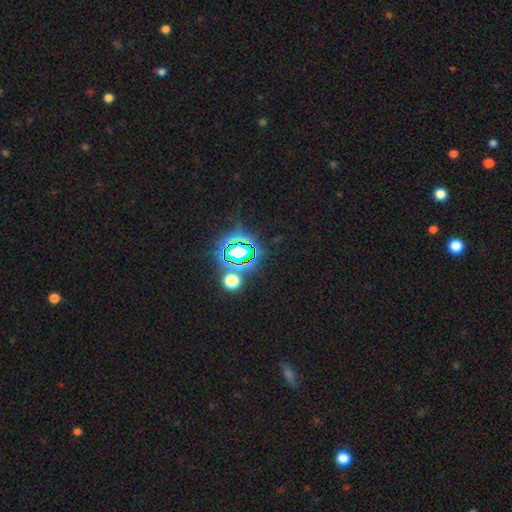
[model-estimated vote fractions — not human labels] This is likely a star or artifact rather than a galaxy (76%).